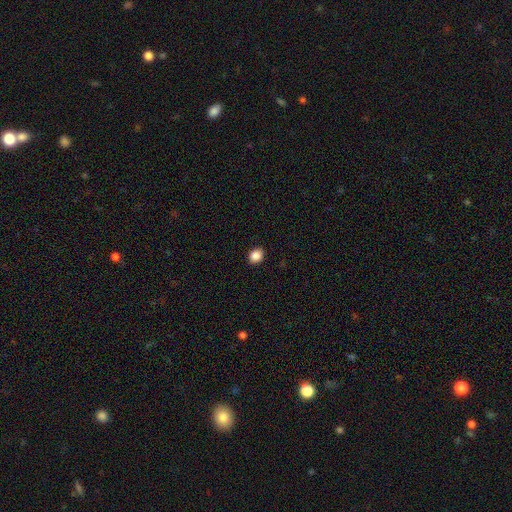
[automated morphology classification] The model was most divided on "how rounded": round: 58%, in between: 41%, cigar-shaped: 1%. More confident: merging — none (90%); smooth or featured — smooth (88%).